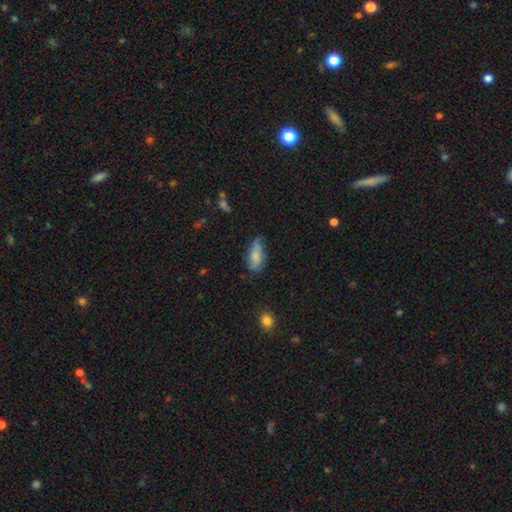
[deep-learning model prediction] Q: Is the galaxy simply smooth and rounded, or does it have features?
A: smooth — 73%.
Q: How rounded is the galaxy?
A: in between — 76%.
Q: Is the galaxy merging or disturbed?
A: none — 62%.